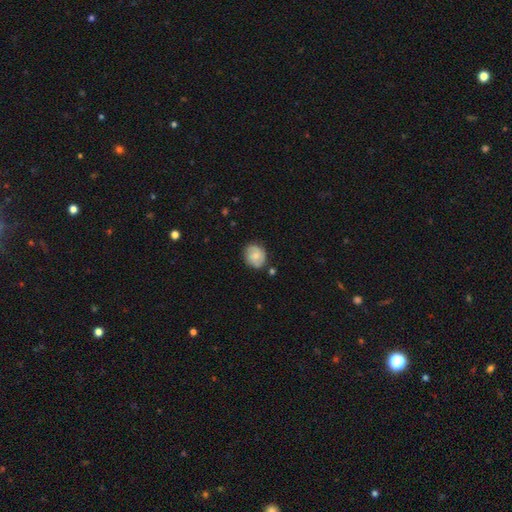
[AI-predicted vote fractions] smooth 54%, featured or disk 39%, star or artifact 7%. Down the decision tree: how rounded — round (63%); merging — none (74%).